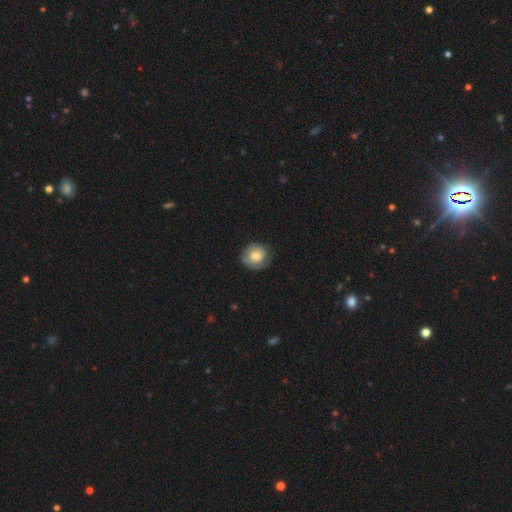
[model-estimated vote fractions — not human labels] This is likely a smooth galaxy (69%). How rounded: clearly round (86%). Merging: likely none (72%).